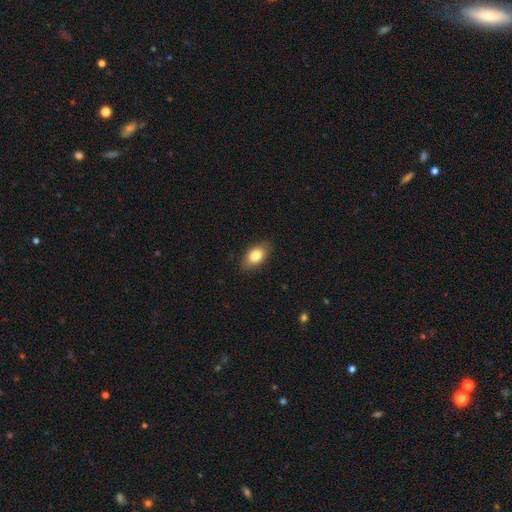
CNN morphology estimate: Smooth or featured?
  - smooth: 82% *
  - featured or disk: 10%
  - star or artifact: 7%
How rounded?
  - in between: 88% *
  - round: 9%
  - cigar-shaped: 2%
Merging?
  - none: 86% *
  - minor disturbance: 11%
  - major disturbance: 2%
  - merger: 1%